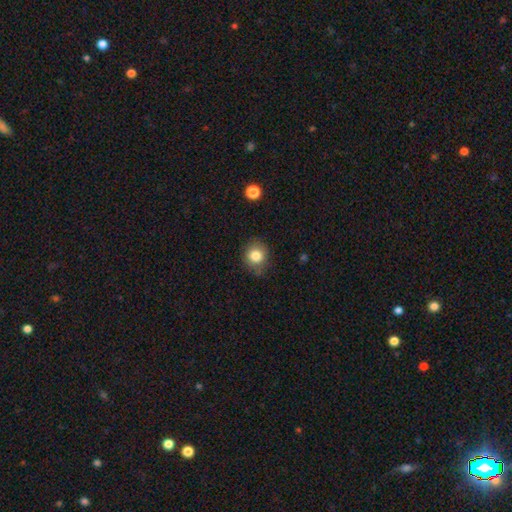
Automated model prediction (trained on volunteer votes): smooth-or-featured: smooth: 82% | star or artifact: 11% | featured or disk: 7%
  how-rounded: round: 80% | in between: 19% | cigar-shaped: 1%
  merging: none: 79% | minor disturbance: 16% | major disturbance: 4% | merger: 1%